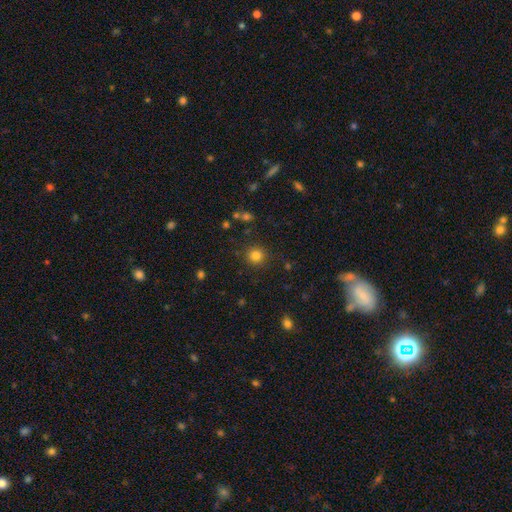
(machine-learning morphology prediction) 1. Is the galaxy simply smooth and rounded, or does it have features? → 82% smooth, 13% star or artifact, 5% featured or disk.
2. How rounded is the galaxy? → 92% round, 7% in between, 1% cigar-shaped.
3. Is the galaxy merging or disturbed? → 88% none, 7% minor disturbance, 3% major disturbance, 2% merger.